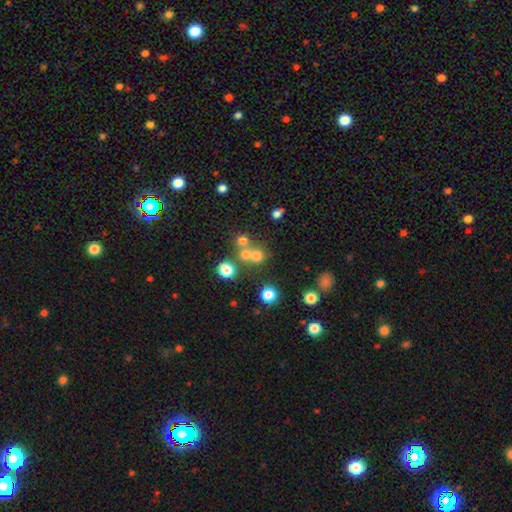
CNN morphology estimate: This appears to be a smooth galaxy with no disk features (67%) that is round (88%). Merging: none (54%).